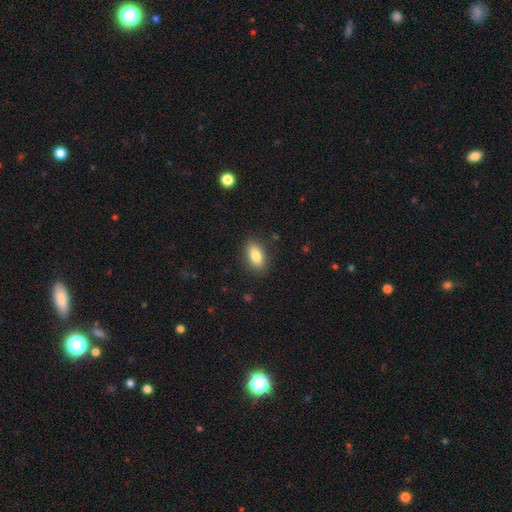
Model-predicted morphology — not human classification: Overall: smooth (83%). How rounded: in between (89%). Merging: none (87%).